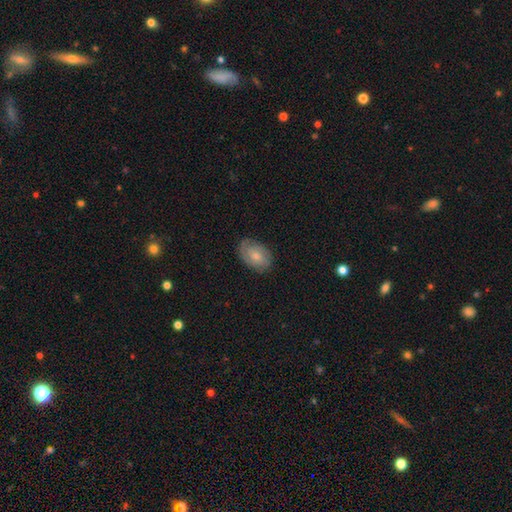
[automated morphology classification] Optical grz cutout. It shows a smooth galaxy with no disk features (48%). Merging: none (76%).